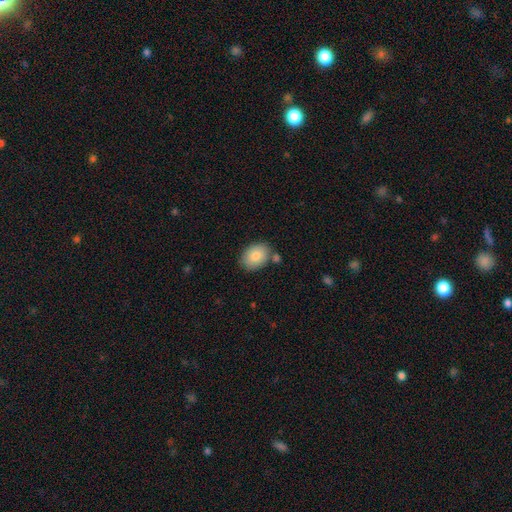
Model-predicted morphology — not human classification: This appears to be a smooth galaxy with no disk features (84%) that is in between round and cigar-shaped (79%). Merging: none (75%).